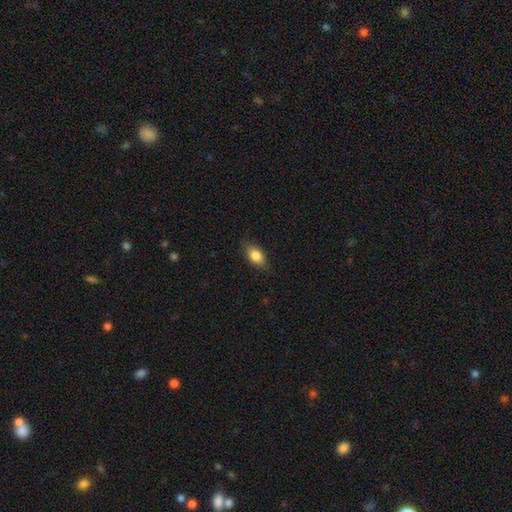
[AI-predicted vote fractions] Q: Smooth or featured?
A: smooth (82%); runner-up: featured or disk (11%)
Q: How rounded?
A: in between (86%); runner-up: round (9%)
Q: Merging?
A: none (82%); runner-up: minor disturbance (14%)